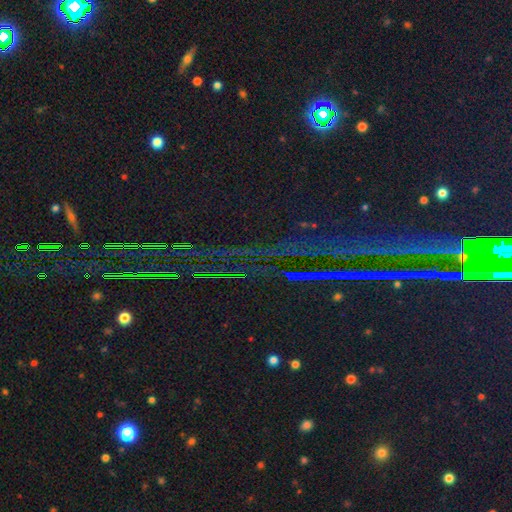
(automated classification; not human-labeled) smooth-or-featured: star or artifact: 86% | smooth: 7% | featured or disk: 7%